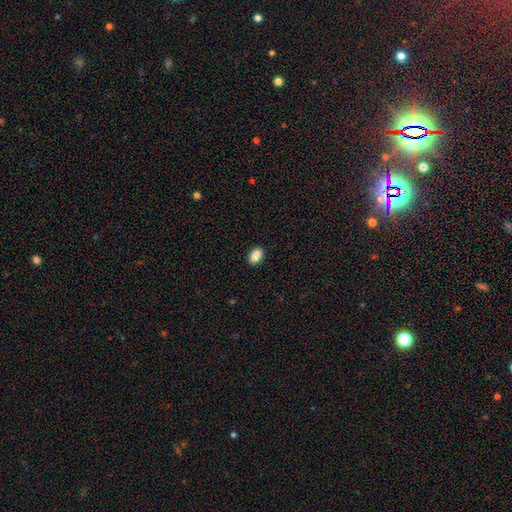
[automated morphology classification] Smooth or featured?
  - smooth: 88% *
  - star or artifact: 8%
  - featured or disk: 4%
How rounded?
  - in between: 88% *
  - round: 10%
  - cigar-shaped: 2%
Merging?
  - none: 88% *
  - minor disturbance: 9%
  - major disturbance: 2%
  - merger: 1%